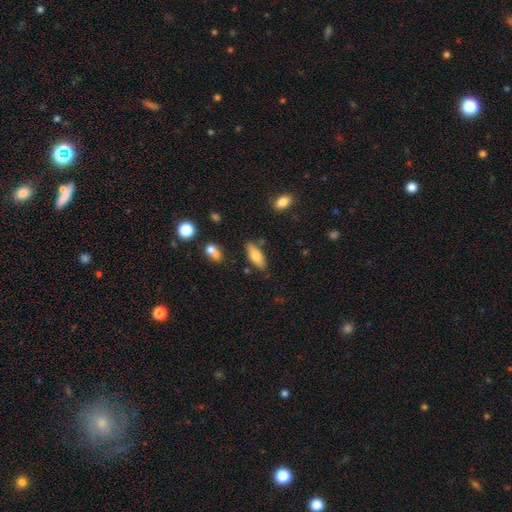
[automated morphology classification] Q: Smooth or featured?
A: smooth (74%); runner-up: featured or disk (19%)
Q: How rounded?
A: in between (77%); runner-up: cigar-shaped (21%)
Q: Merging?
A: none (78%); runner-up: minor disturbance (13%)